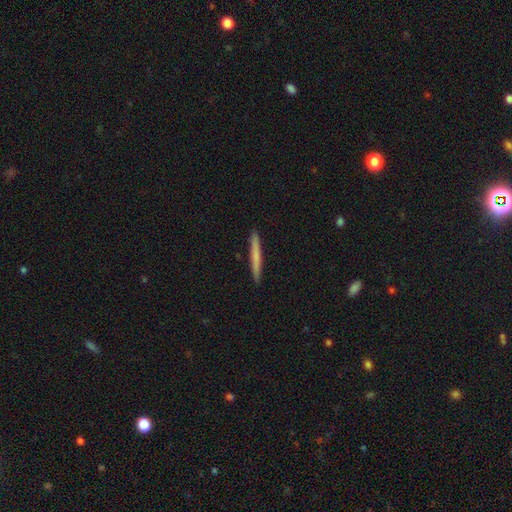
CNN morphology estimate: Smooth or featured? Predicted: smooth (p=0.63). How rounded? Predicted: cigar-shaped (p=0.97). Merging? Predicted: none (p=0.93).